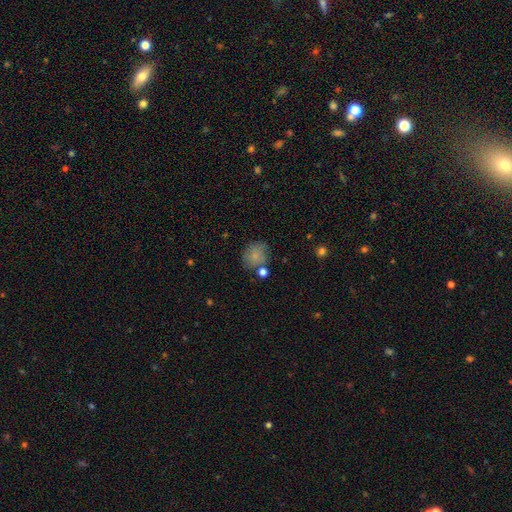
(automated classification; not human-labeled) smooth 79%, star or artifact 11%, featured or disk 10%. Down the decision tree: how rounded — round (80%); merging — none (67%).